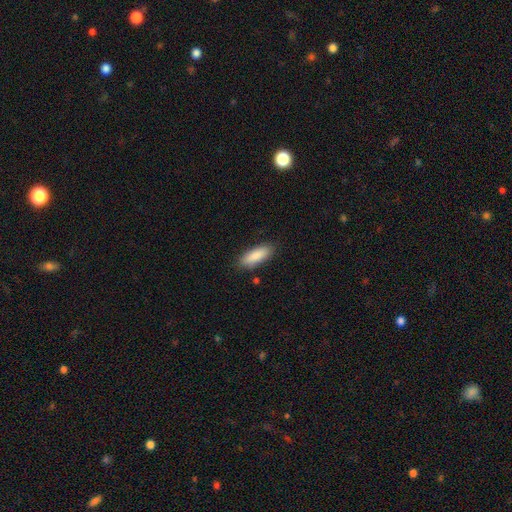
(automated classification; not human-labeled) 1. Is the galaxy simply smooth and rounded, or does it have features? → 88% smooth, 6% star or artifact, 6% featured or disk.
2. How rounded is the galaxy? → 70% in between, 28% cigar-shaped, 2% round.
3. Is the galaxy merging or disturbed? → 87% none, 10% minor disturbance, 2% major disturbance, 1% merger.